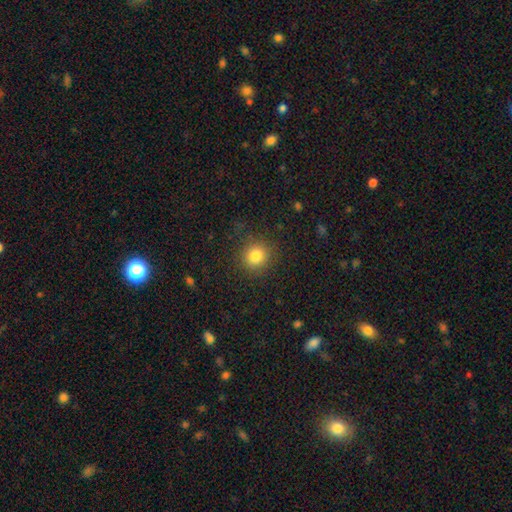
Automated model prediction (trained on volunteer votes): Morphology: type=smooth (82%); roundness=round (89%); merging=none (88%).